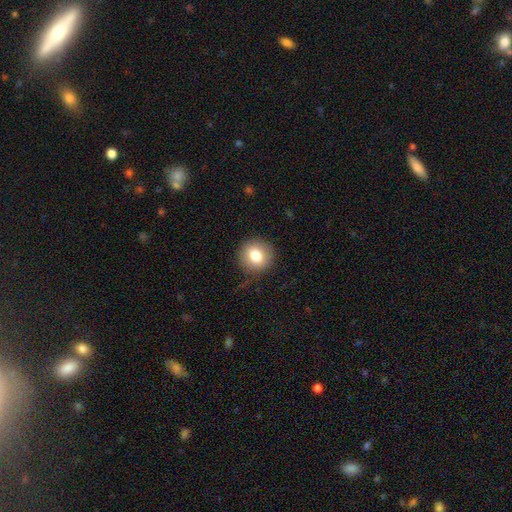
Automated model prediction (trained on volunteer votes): Smooth or featured: smooth — 80% (featured or disk — 11%)
How rounded: round — 90% (in between — 9%)
Merging: none — 86% (minor disturbance — 9%)